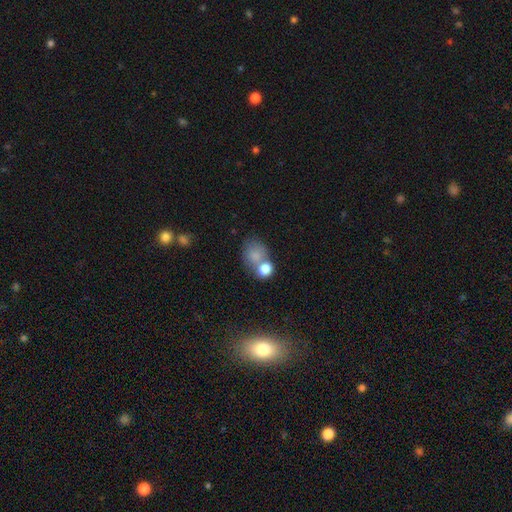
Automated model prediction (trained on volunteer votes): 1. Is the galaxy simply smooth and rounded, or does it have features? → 79% smooth, 11% featured or disk, 10% star or artifact.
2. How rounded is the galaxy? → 54% round, 45% in between, 1% cigar-shaped.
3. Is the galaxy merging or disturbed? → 50% merger, 32% none, 11% minor disturbance, 7% major disturbance.